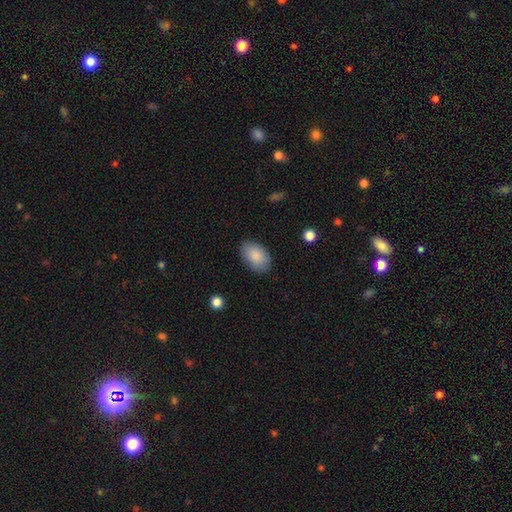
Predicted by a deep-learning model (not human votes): Smooth or featured: smooth — 88% (star or artifact — 6%)
How rounded: in between — 90% (round — 9%)
Merging: none — 84% (minor disturbance — 12%)